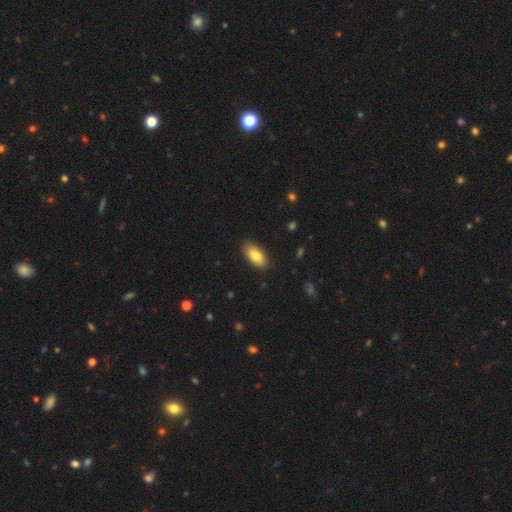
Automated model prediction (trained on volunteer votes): A smooth galaxy with no disk features (83%) that is in between round and cigar-shaped (92%). Merging: none (87%).